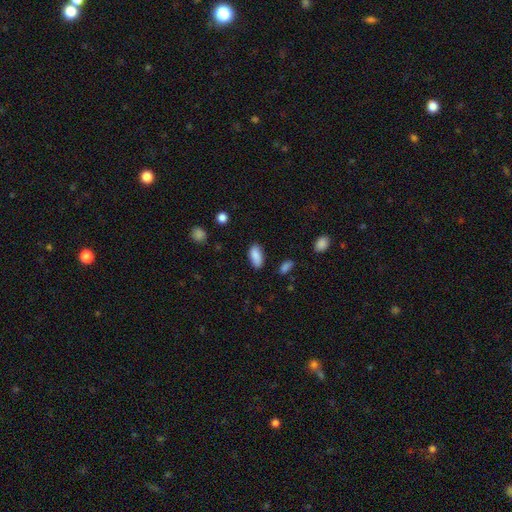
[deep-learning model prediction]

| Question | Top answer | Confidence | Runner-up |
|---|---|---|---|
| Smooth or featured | smooth | 87% | star or artifact (7%) |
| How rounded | in between | 90% | cigar-shaped (8%) |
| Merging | none | 81% | minor disturbance (14%) |